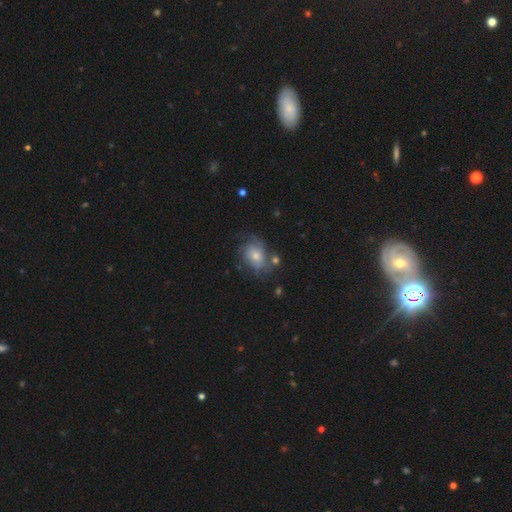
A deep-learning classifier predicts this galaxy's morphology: featured or disk 50%, smooth 41%, star or artifact 9%. Down the decision tree: merging — none (48%).